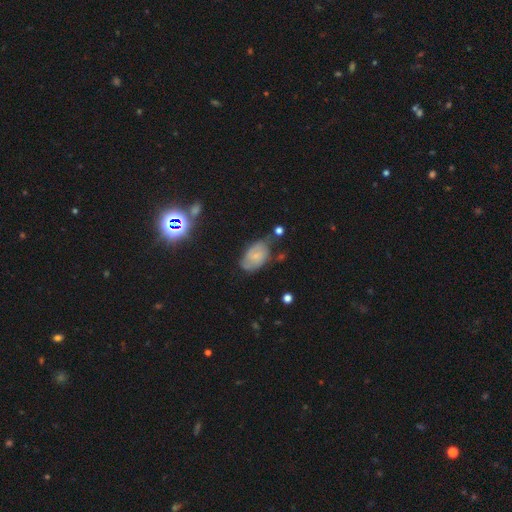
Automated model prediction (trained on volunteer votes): Smooth or featured? smooth (54%)
How rounded? in between (90%)
Merging? none (49%)